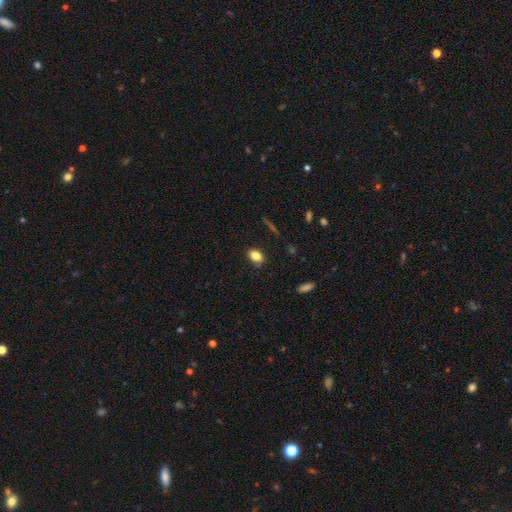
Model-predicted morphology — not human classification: type=smooth (82%); roundness=in between (81%); merging=none (81%).